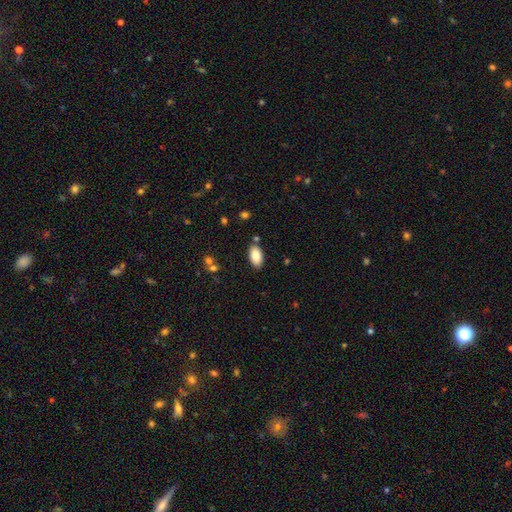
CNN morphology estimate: Overall: smooth (87%). How rounded: in between (94%). Merging: none (83%).